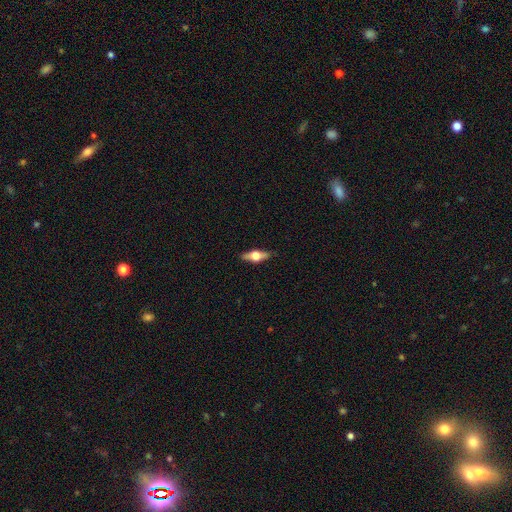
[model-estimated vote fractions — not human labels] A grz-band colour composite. It shows a featured or disk galaxy (57%) viewed edge-on (93%) with a rounded central bulge (95%). Merging: none (87%).